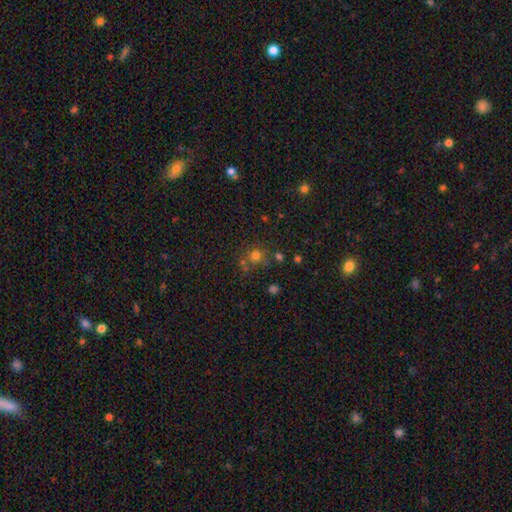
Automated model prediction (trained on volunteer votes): This is likely a smooth galaxy (70%). How rounded: clearly round (87%). Merging: likely none (66%).